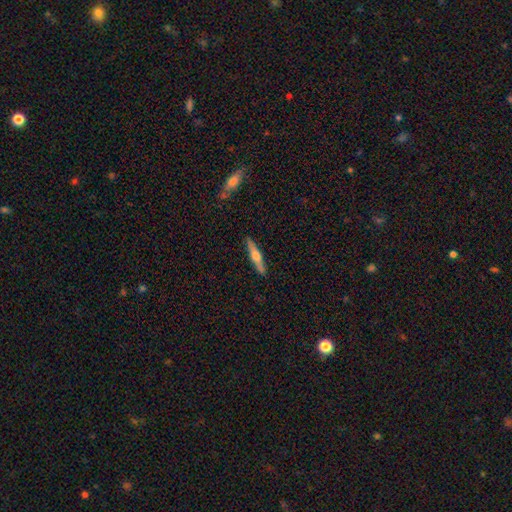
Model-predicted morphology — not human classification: smooth_or_featured: featured or disk (p=0.54) [alt: smooth p=0.40]
disk_edge_on: yes (p=0.95) [alt: no p=0.05]
edge_on_bulge: rounded (p=0.91) [alt: none p=0.05]
merging: none (p=0.90) [alt: minor disturbance p=0.07]